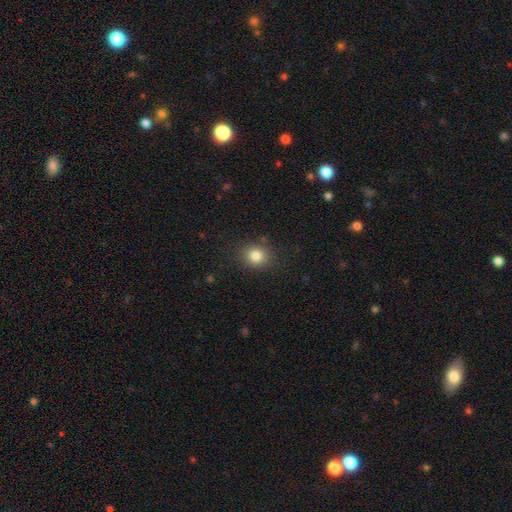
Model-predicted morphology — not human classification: Overall: smooth (83%). How rounded: round (77%). Merging: none (87%).